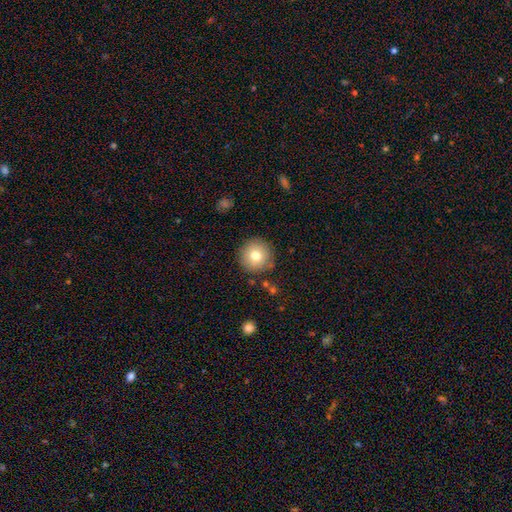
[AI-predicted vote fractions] The model was most divided on "smooth or featured": smooth: 76%, featured or disk: 13%, star or artifact: 11%. More confident: how rounded — round (95%); merging — none (87%).